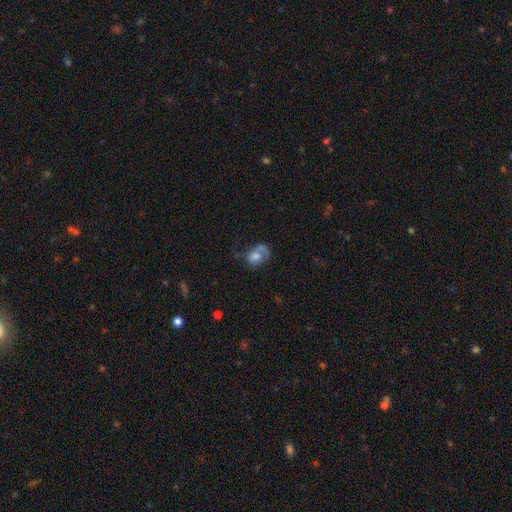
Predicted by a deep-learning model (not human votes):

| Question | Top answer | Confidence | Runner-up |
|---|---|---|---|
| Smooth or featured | smooth | 62% | featured or disk (27%) |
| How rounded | in between | 60% | round (39%) |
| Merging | merger | 27% | tied: none (27%), major disturbance (27%) |